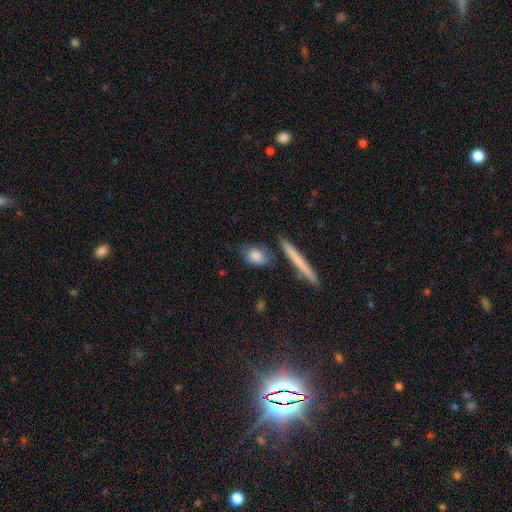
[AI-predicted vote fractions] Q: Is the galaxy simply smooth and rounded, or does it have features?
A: smooth — 80%.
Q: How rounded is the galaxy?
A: in between — 54%.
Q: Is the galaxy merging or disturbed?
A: none — 67%.